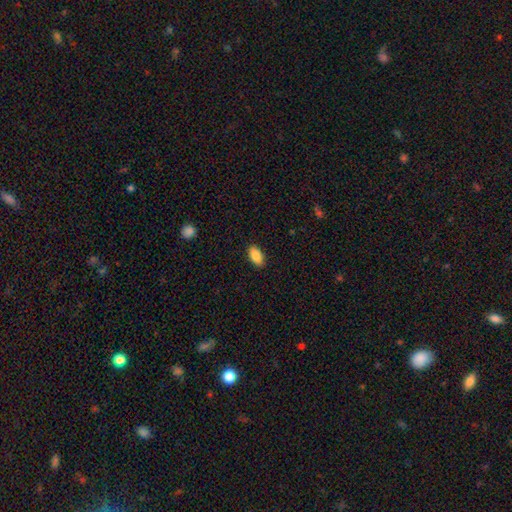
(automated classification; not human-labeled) smooth_or_featured: smooth (p=0.87) [alt: star or artifact p=0.07]
how_rounded: in between (p=0.92) [alt: cigar-shaped p=0.05]
merging: none (p=0.88) [alt: minor disturbance p=0.09]